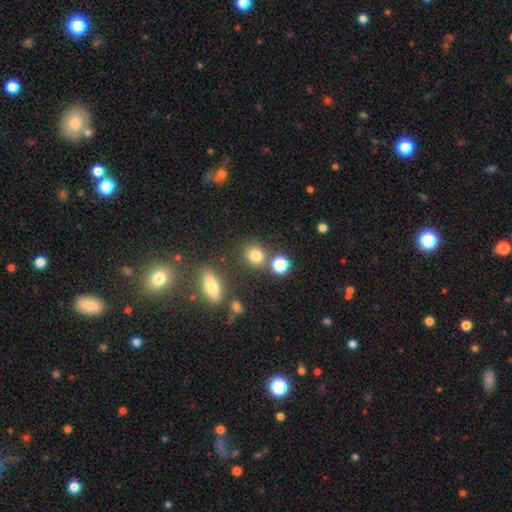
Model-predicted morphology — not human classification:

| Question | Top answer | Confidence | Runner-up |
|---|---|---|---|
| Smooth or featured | smooth | 77% | star or artifact (16%) |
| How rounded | round | 76% | in between (23%) |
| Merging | none | 74% | merger (12%) |